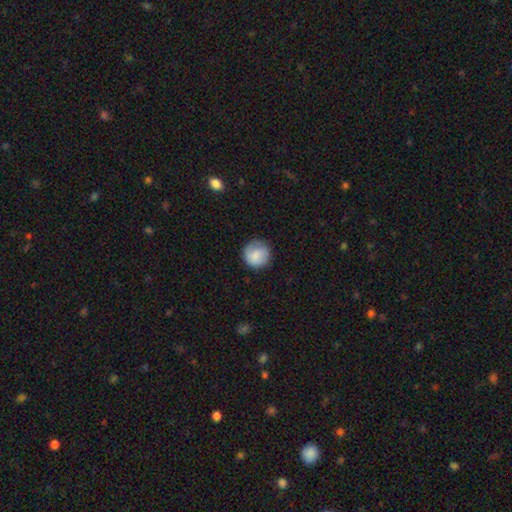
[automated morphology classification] A smooth galaxy with no disk features (83%) that is round (94%).

Vote fractions:
- Smooth or featured? smooth: 83% / featured or disk: 10% / star or artifact: 7%
- How rounded? round: 94% / in between: 5% / cigar-shaped: 1%
- Merging? none: 81% / minor disturbance: 14% / major disturbance: 4% / merger: 1%